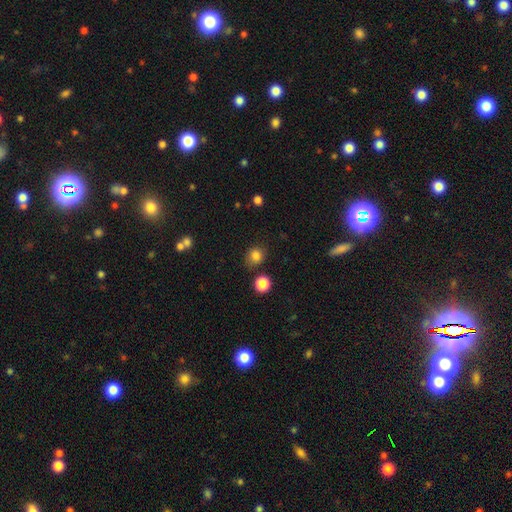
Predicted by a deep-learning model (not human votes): Q: Smooth or featured?
A: smooth (82%); runner-up: star or artifact (13%)
Q: How rounded?
A: round (78%); runner-up: in between (21%)
Q: Merging?
A: none (77%); runner-up: minor disturbance (14%)